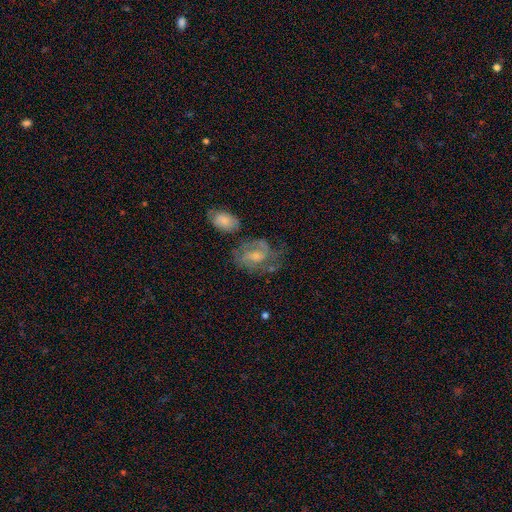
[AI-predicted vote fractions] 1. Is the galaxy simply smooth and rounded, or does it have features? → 73% featured or disk, 17% smooth, 10% star or artifact.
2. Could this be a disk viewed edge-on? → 97% no, 3% yes.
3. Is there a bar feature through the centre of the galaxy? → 48% weak, 41% no, 11% strong.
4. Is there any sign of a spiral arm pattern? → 88% yes, 12% no.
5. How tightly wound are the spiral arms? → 45% medium, 41% tight, 14% loose.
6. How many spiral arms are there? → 46% 2, 29% can't tell, 14% 3, 5% 1, 4% 4, 3% more than 4.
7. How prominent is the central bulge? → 44% moderate, 43% small, 7% none, 4% large, 1% dominant.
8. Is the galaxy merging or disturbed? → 58% none, 19% minor disturbance, 13% major disturbance, 10% merger.